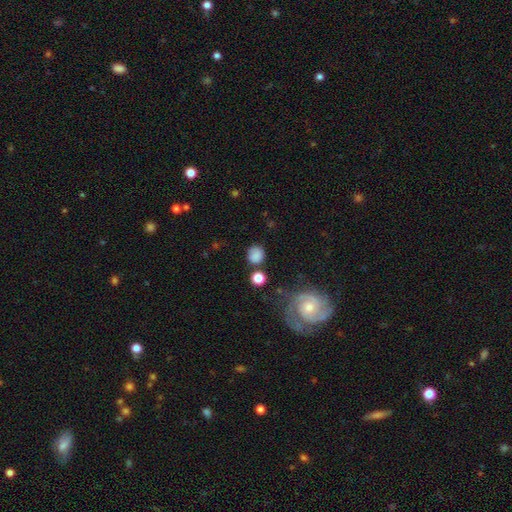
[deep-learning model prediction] Smooth or featured? Predicted: smooth (p=0.78). How rounded? Predicted: round (p=0.82). Merging? Predicted: none (p=0.74).